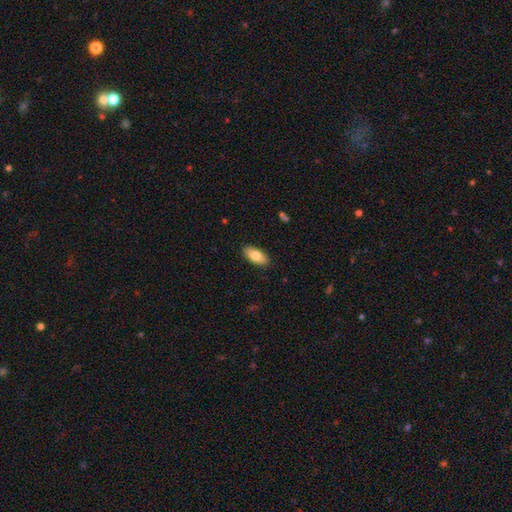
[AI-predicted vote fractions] Smooth or featured: smooth — 79% (featured or disk — 15%)
How rounded: in between — 90% (cigar-shaped — 8%)
Merging: none — 89% (minor disturbance — 8%)